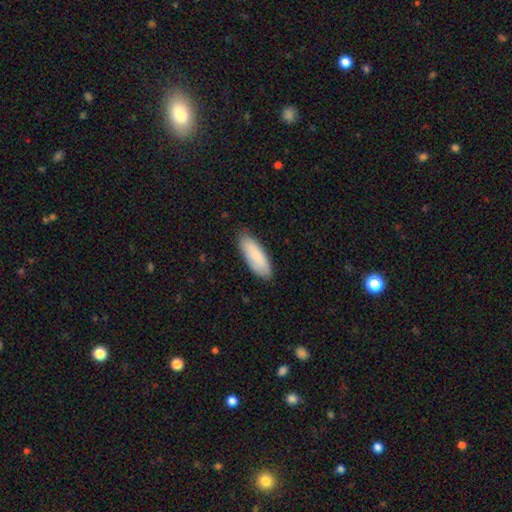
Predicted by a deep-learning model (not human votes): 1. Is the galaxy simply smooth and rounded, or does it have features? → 82% smooth, 13% featured or disk, 5% star or artifact.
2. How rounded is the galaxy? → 72% in between, 27% cigar-shaped, 2% round.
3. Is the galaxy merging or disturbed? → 83% none, 14% minor disturbance, 2% major disturbance, 1% merger.